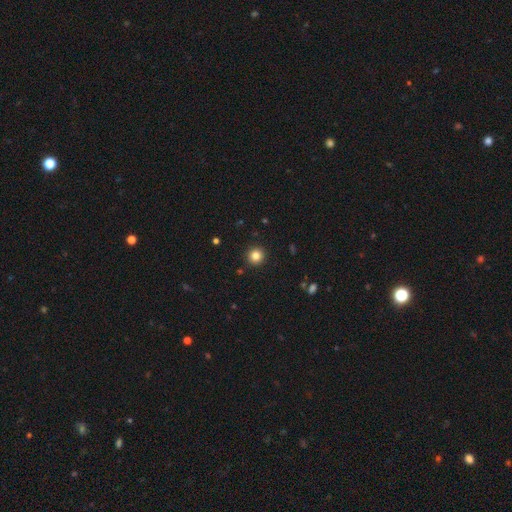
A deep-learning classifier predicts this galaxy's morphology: A smooth galaxy with no disk features (82%) that is round (95%). Merging: none (93%).